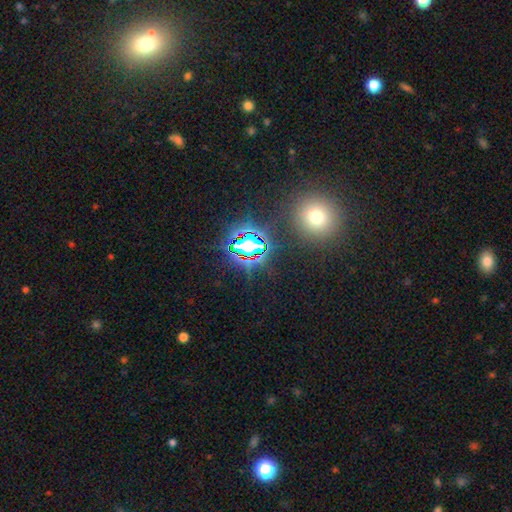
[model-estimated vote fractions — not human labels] Smooth or featured: star or artifact — 73% (smooth — 19%)